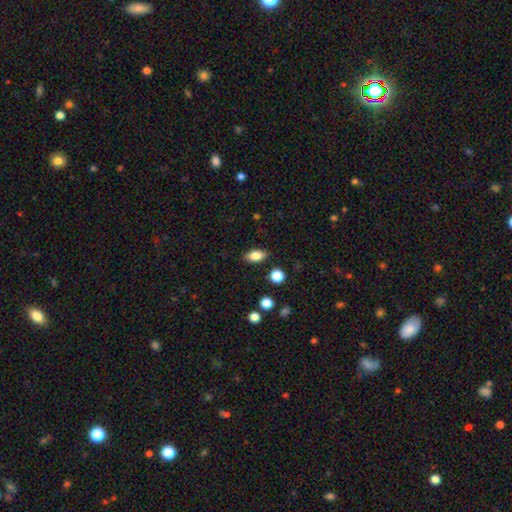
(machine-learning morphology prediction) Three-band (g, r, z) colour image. It shows a smooth galaxy with no disk features (80%) that is in between round and cigar-shaped (86%). Merging: none (86%).